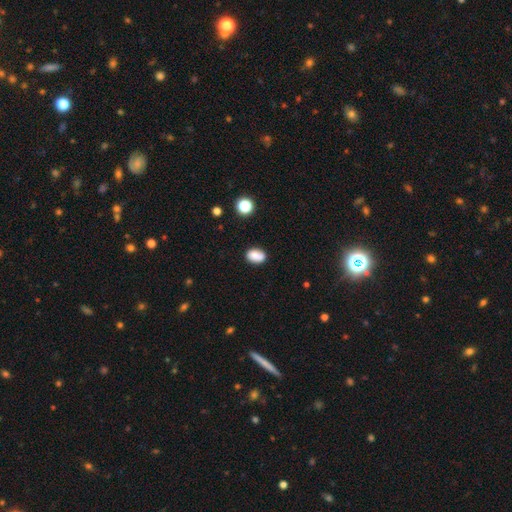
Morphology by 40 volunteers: Overall: smooth (85%). How rounded: in between (79%). Merging: none (71%).